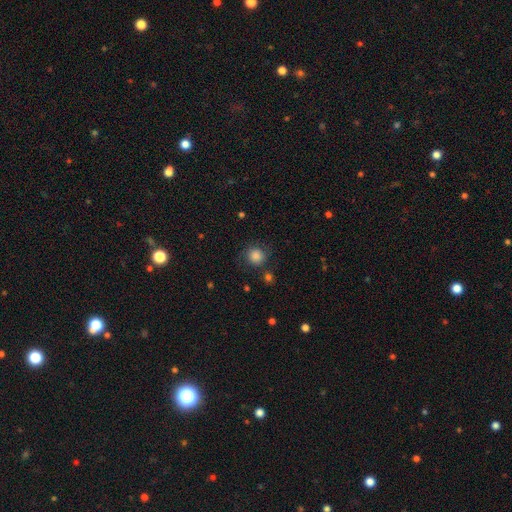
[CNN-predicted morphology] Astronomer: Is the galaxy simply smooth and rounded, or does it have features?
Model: smooth — 84%.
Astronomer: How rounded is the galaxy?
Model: round — 91%.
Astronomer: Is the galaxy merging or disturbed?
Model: none — 80%.